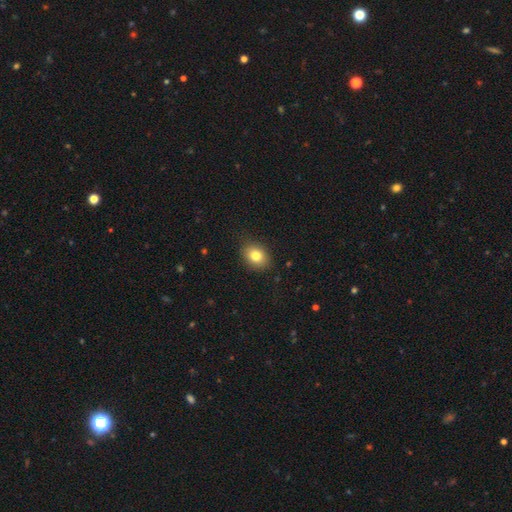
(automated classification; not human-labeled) smooth-or-featured: smooth: 81% | star or artifact: 10% | featured or disk: 10%
  how-rounded: in between: 60% | round: 39% | cigar-shaped: 1%
  merging: none: 85% | minor disturbance: 11% | major disturbance: 3% | merger: 1%